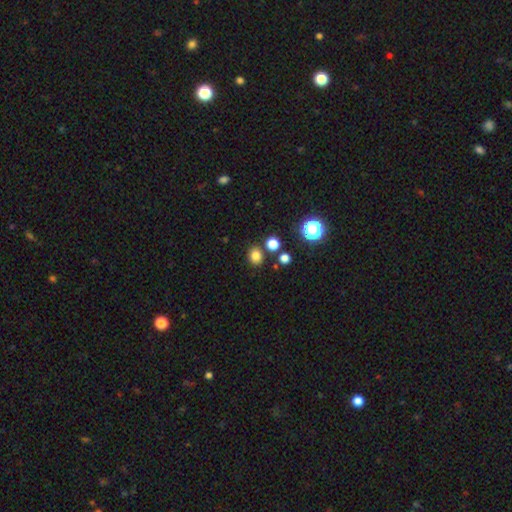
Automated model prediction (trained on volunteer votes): Smooth or featured: smooth — 80% (star or artifact — 15%)
How rounded: round — 69% (in between — 30%)
Merging: none — 81% (minor disturbance — 8%)